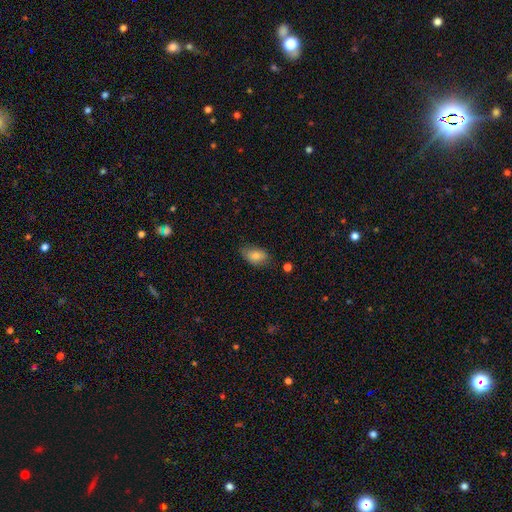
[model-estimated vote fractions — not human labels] Q: Smooth or featured?
A: smooth (80%); runner-up: featured or disk (12%)
Q: How rounded?
A: in between (89%); runner-up: round (9%)
Q: Merging?
A: none (70%); runner-up: minor disturbance (24%)